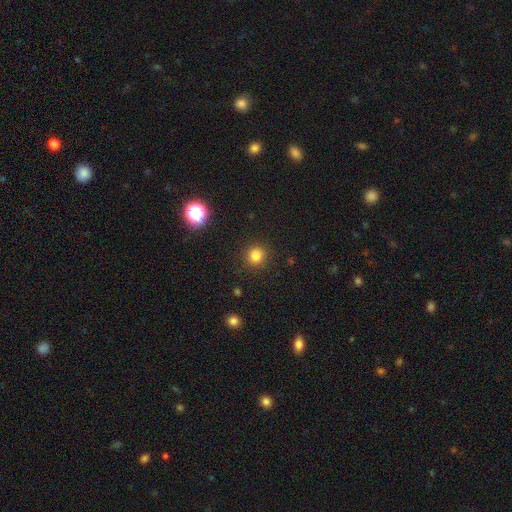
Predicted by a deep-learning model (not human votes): A smooth galaxy with no disk features (80%) that is round (93%). Merging: none (91%).